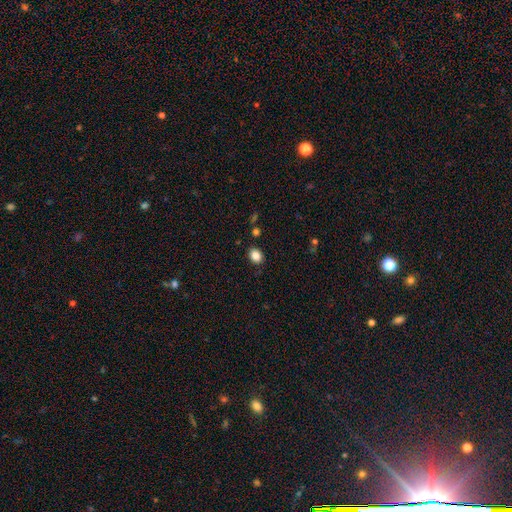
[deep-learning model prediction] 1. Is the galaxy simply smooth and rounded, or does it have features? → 85% smooth, 10% star or artifact, 5% featured or disk.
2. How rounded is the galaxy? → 57% in between, 42% round, 1% cigar-shaped.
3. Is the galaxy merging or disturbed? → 86% none, 9% minor disturbance, 2% major disturbance, 2% merger.